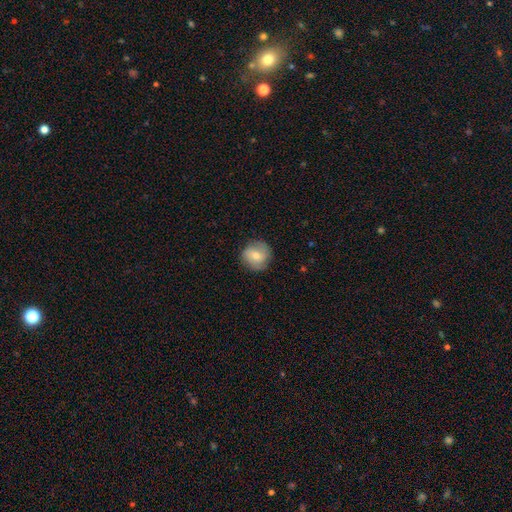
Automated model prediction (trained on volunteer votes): smooth-or-featured: smooth: 62% | featured or disk: 30% | star or artifact: 8%
  how-rounded: round: 90% | in between: 9% | cigar-shaped: 1%
  merging: none: 82% | minor disturbance: 13% | major disturbance: 4% | merger: 1%